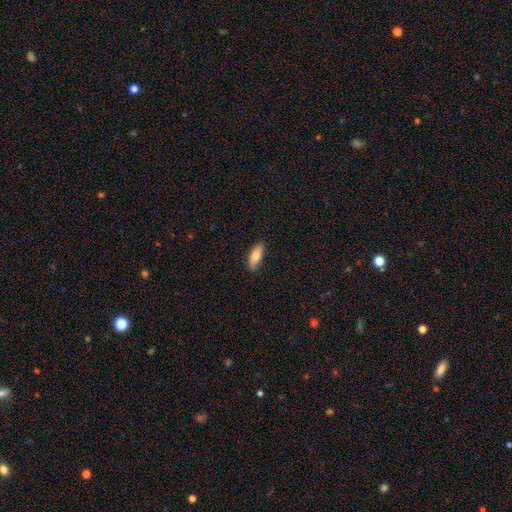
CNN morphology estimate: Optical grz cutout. It shows a smooth galaxy with no disk features (74%) that is in between round and cigar-shaped (72%). Merging: none (87%).